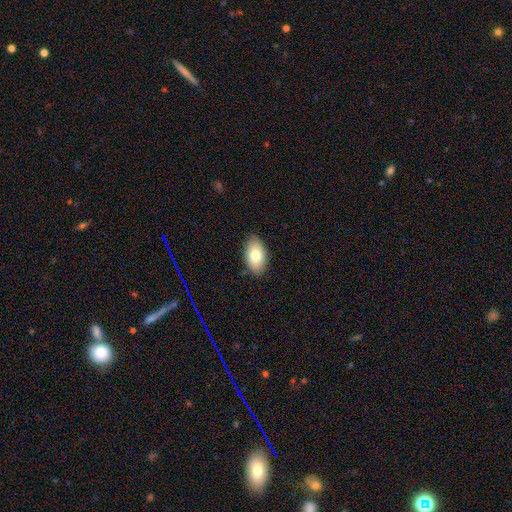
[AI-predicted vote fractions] Smooth or featured?
  - smooth: 77% *
  - featured or disk: 16%
  - star or artifact: 7%
How rounded?
  - in between: 93% *
  - round: 6%
  - cigar-shaped: 2%
Merging?
  - none: 86% *
  - minor disturbance: 11%
  - major disturbance: 2%
  - merger: 1%